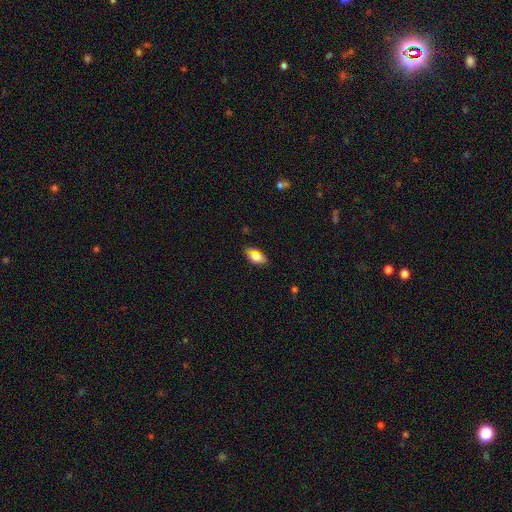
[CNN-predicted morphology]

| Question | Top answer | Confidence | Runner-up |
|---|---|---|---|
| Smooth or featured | smooth | 73% | featured or disk (15%) |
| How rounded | in between | 90% | cigar-shaped (5%) |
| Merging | none | 78% | minor disturbance (16%) |